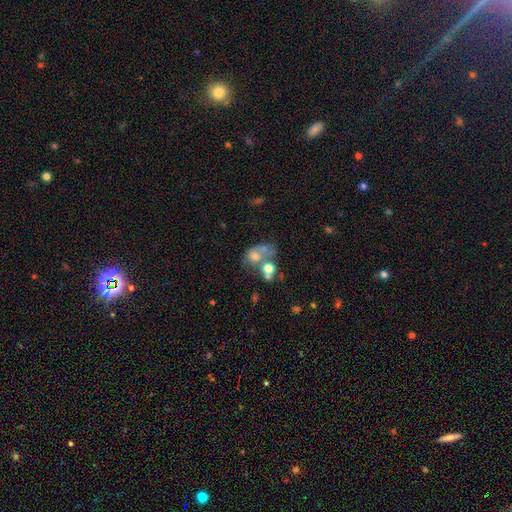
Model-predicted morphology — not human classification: Smooth or featured?
  - smooth: 44% *
  - featured or disk: 37%
  - star or artifact: 19%
Merging?
  - merger: 51% *
  - none: 23%
  - major disturbance: 15%
  - minor disturbance: 10%